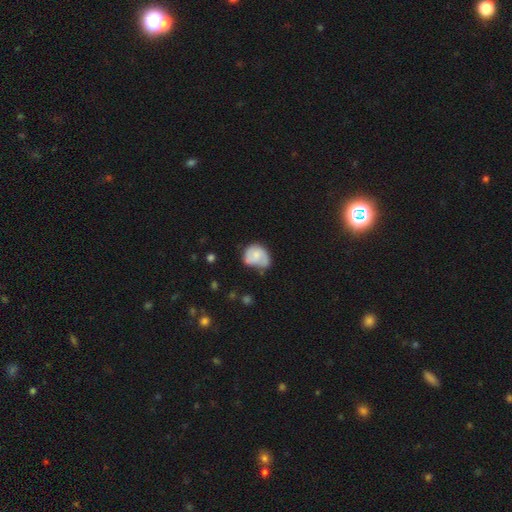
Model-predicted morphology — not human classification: Smooth or featured: smooth — 60% (featured or disk — 32%)
How rounded: round — 54% (in between — 45%)
Merging: minor disturbance — 39% (none — 35%)